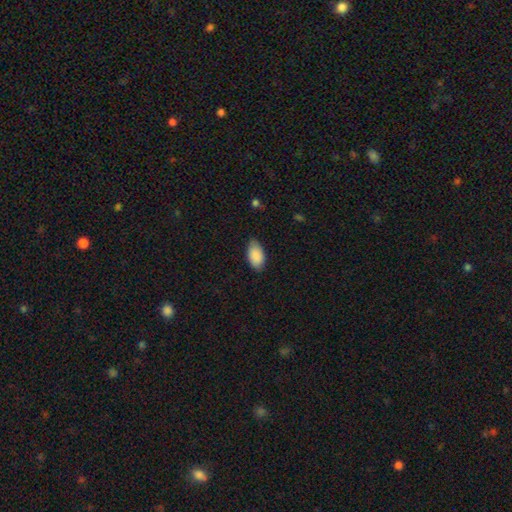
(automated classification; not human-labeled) smooth_or_featured: smooth (p=0.89) [alt: star or artifact p=0.06]
how_rounded: in between (p=0.94) [alt: round p=0.03]
merging: none (p=0.76) [alt: minor disturbance p=0.20]